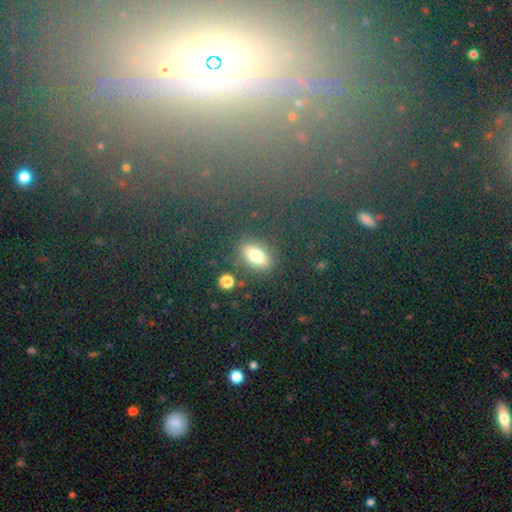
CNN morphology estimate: smooth-or-featured: smooth: 69% | featured or disk: 17% | star or artifact: 13%
  how-rounded: in between: 73% | round: 16% | cigar-shaped: 11%
  merging: none: 81% | minor disturbance: 11% | merger: 4% | major disturbance: 4%